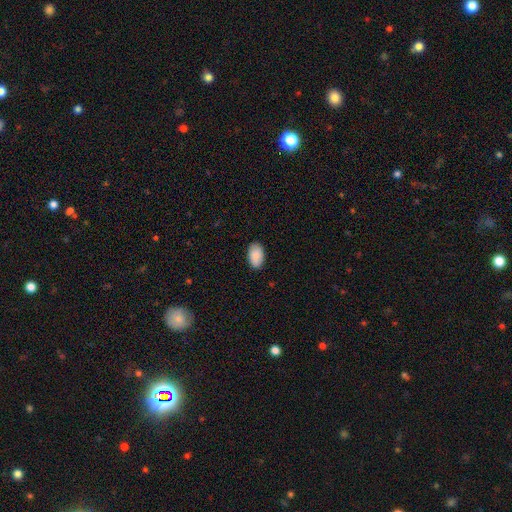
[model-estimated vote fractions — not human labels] Smooth or featured?
  - smooth: 90% *
  - star or artifact: 6%
  - featured or disk: 4%
How rounded?
  - in between: 94% *
  - round: 5%
  - cigar-shaped: 1%
Merging?
  - none: 88% *
  - minor disturbance: 9%
  - major disturbance: 2%
  - merger: 1%